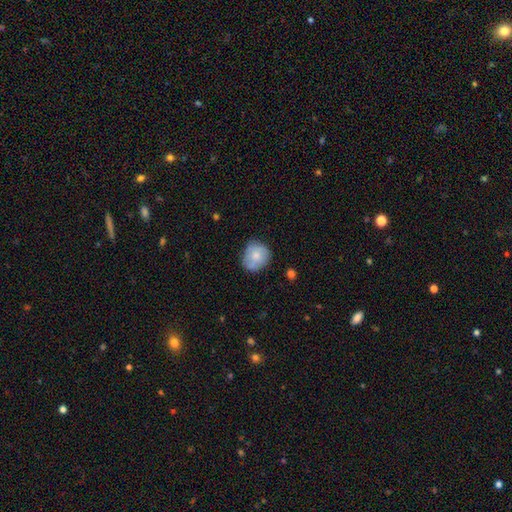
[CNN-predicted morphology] smooth_or_featured: smooth (p=0.71) [alt: featured or disk p=0.22]
how_rounded: round (p=0.80) [alt: in between p=0.19]
merging: none (p=0.68) [alt: minor disturbance p=0.24]